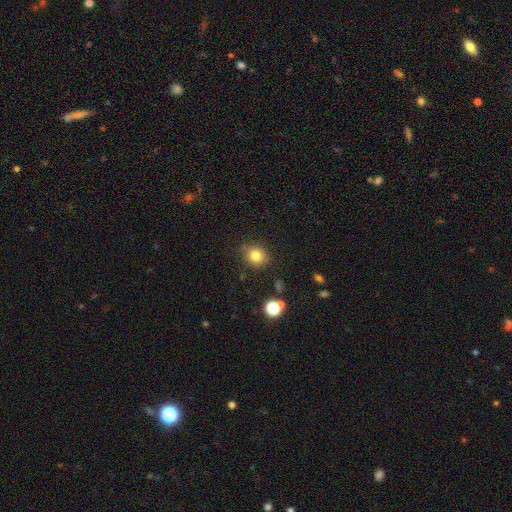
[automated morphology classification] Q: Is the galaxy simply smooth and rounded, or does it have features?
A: smooth — 81%.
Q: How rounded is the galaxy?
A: round — 73%.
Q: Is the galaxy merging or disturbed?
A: none — 81%.